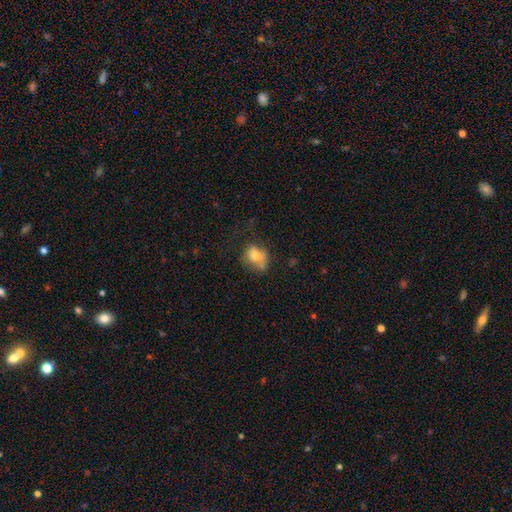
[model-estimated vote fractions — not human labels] Overall: smooth (72%). How rounded: round (55%; in between 44%). Merging: none (43%; minor disturbance 27%).